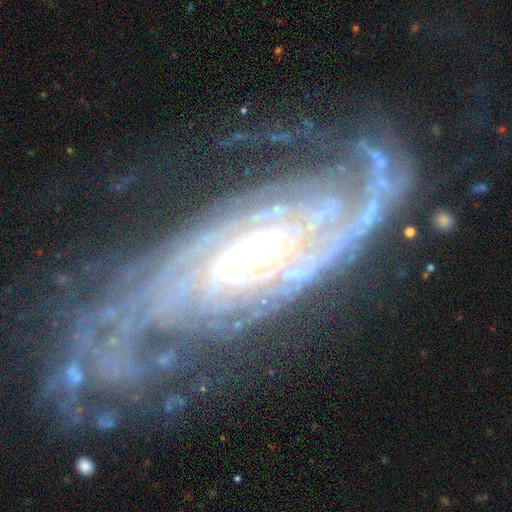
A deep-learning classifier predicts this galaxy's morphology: smooth-or-featured: featured or disk: 90% | star or artifact: 6% | smooth: 4%
  disk-edge-on: no: 91% | yes: 9%
    bar: no: 38% | weak: 36% | strong: 25%
    has-spiral-arms: yes: 97% | no: 3%
      spiral-winding: tight: 66% | medium: 27% | loose: 7%
      spiral-arm-count: 2: 28% (tied) | can't tell: 28% (tied) | 3: 15% | 4: 12% | more than 4: 10% | 1: 7%
    bulge-size: moderate: 55% | small: 33% | large: 10% | none: 1% | dominant: 1%
  merging: none: 66% | minor disturbance: 18% | major disturbance: 14% | merger: 2%